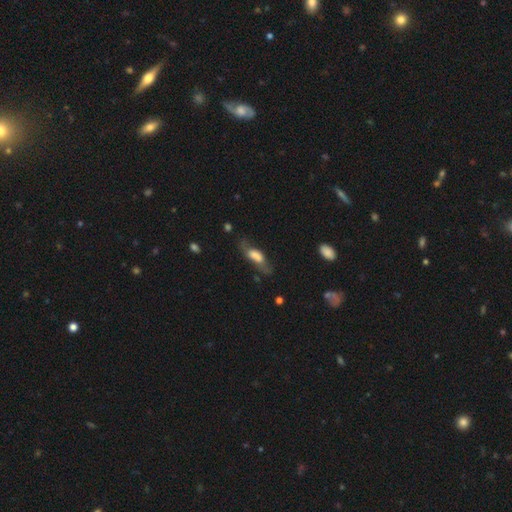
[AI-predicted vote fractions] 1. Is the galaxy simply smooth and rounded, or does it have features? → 53% smooth, 39% featured or disk, 8% star or artifact.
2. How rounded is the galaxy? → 61% in between, 35% cigar-shaped, 4% round.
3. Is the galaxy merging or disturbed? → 53% none, 24% minor disturbance, 20% major disturbance, 3% merger.